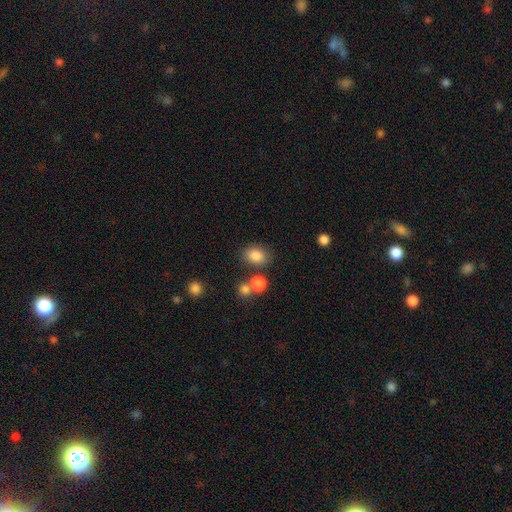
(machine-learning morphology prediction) This is clearly a smooth galaxy (84%). How rounded: likely in between (64%). Merging: likely none (73%).